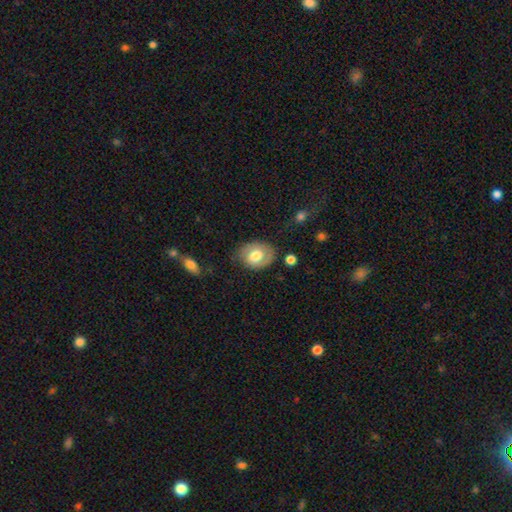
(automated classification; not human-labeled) Smooth or featured? Predicted: smooth (p=0.61). How rounded? Predicted: in between (p=0.64). Merging? Predicted: none (p=0.70).